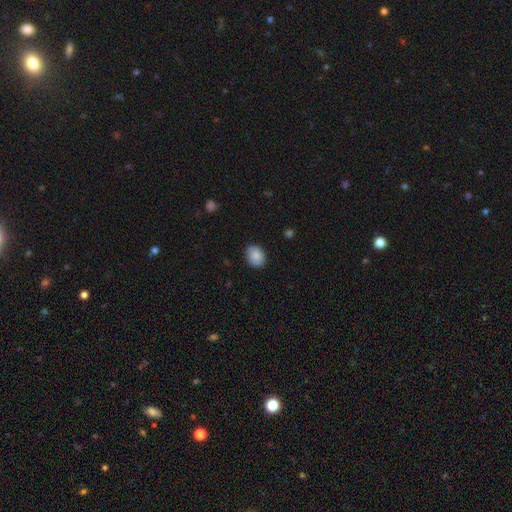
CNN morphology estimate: This appears to be a smooth galaxy with no disk features (86%) that is in between round and cigar-shaped (56%). Merging: none (81%).